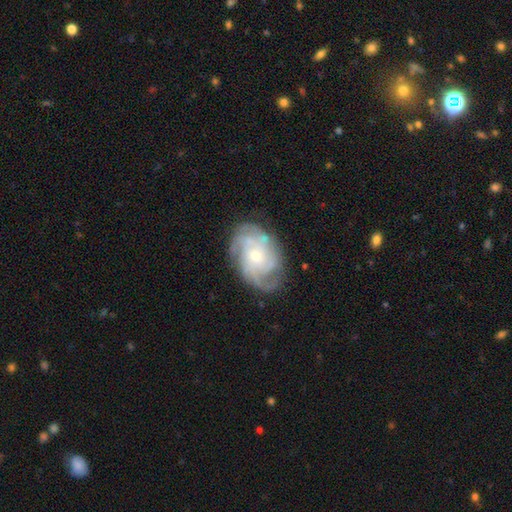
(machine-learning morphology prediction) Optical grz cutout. It shows a featured or disk galaxy (83%) with no bar (75%), tight (60%) spiral arms (95%) and a small central bulge (62%). Merging: none (76%).